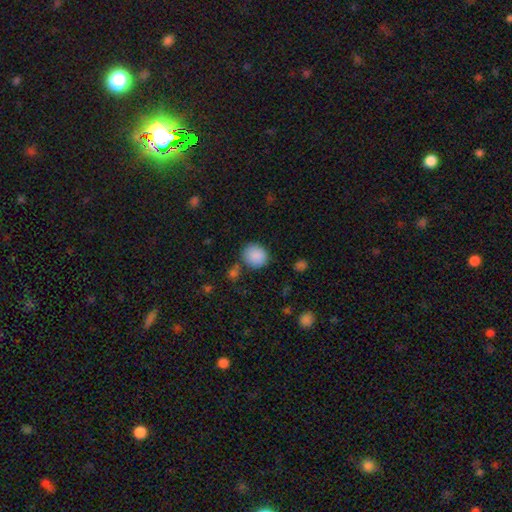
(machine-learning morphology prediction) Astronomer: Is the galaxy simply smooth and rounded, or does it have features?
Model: smooth — 88%.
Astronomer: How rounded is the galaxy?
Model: round — 85%.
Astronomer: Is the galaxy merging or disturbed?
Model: none — 79%.